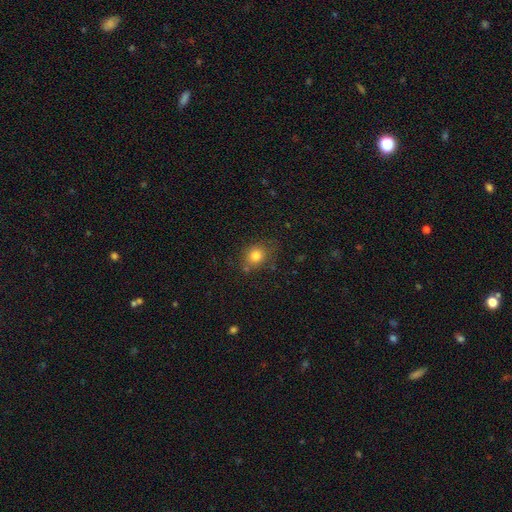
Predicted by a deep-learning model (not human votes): smooth_or_featured: smooth (p=0.80) [alt: star or artifact p=0.12]
how_rounded: round (p=0.63) [alt: in between p=0.36]
merging: none (p=0.71) [alt: minor disturbance p=0.18]